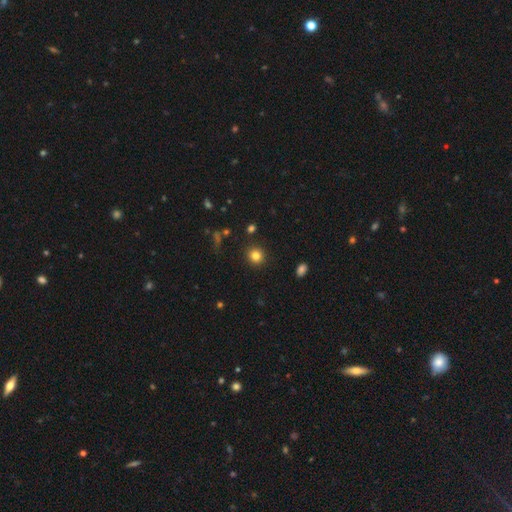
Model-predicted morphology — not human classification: Q: Smooth or featured?
A: smooth (82%); runner-up: star or artifact (12%)
Q: How rounded?
A: round (90%); runner-up: in between (9%)
Q: Merging?
A: none (90%); runner-up: minor disturbance (6%)